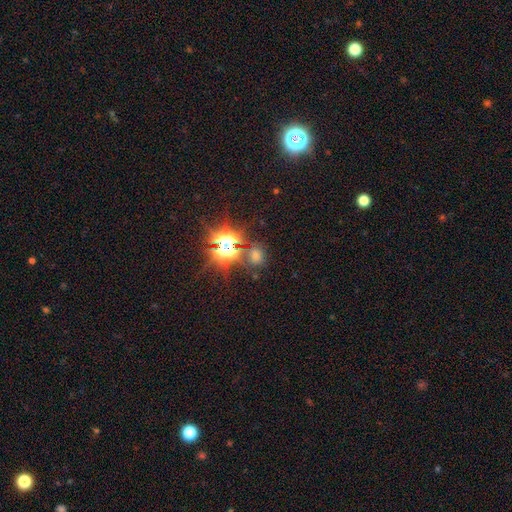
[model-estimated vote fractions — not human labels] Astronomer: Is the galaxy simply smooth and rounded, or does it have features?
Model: star or artifact — 53% (runner-up: smooth, 39%).